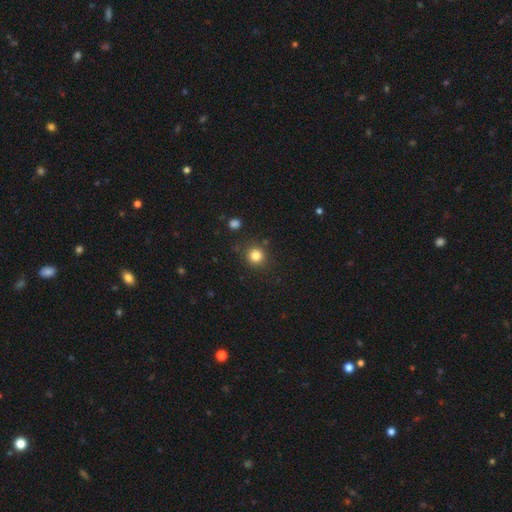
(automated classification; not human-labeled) This is clearly a smooth galaxy (82%). How rounded: clearly round (92%). Merging: clearly none (86%).